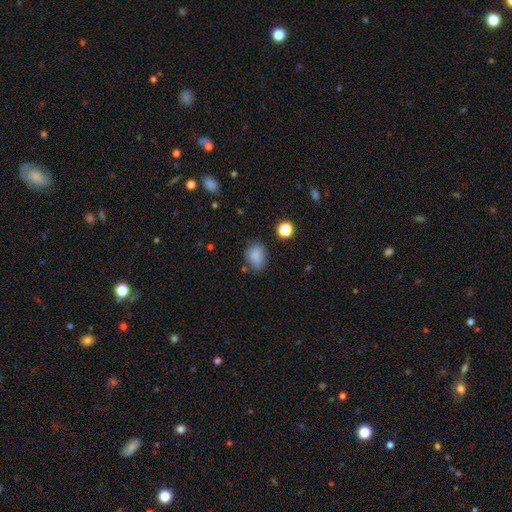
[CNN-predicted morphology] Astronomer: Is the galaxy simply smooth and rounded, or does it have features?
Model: smooth — 83%.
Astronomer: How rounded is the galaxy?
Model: in between — 63%.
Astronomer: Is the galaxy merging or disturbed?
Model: none — 65%.